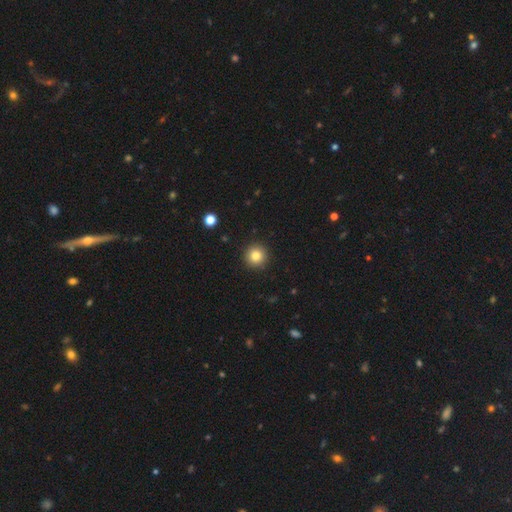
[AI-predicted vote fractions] smooth-or-featured: smooth: 82% | star or artifact: 11% | featured or disk: 7%
  how-rounded: round: 96% | in between: 3% | cigar-shaped: 1%
  merging: none: 92% | minor disturbance: 5% | major disturbance: 2% | merger: 1%